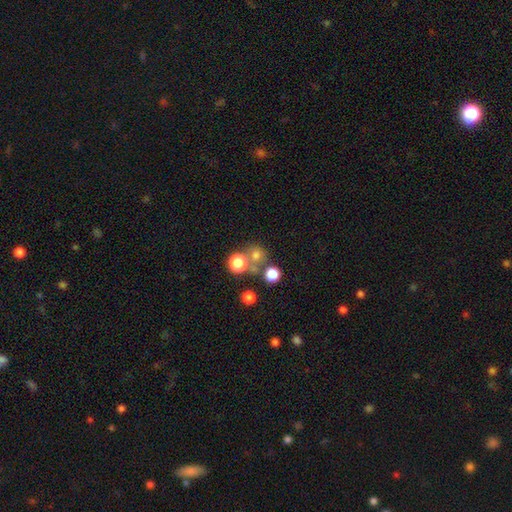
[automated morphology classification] This is likely a smooth galaxy (68%). How rounded: clearly round (87%). Merging: possibly none (59%).